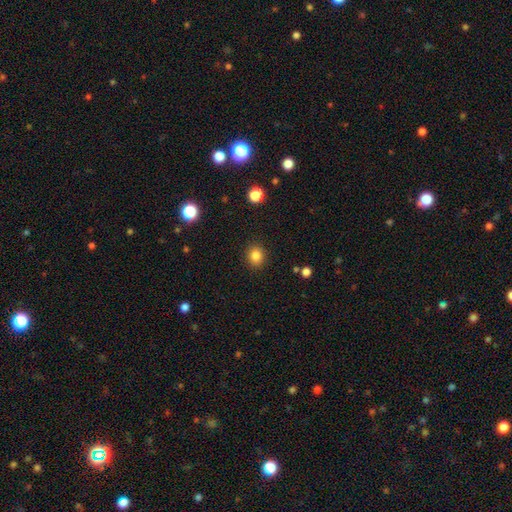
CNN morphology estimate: This is clearly a smooth galaxy (84%). How rounded: likely round (78%). Merging: clearly none (90%).